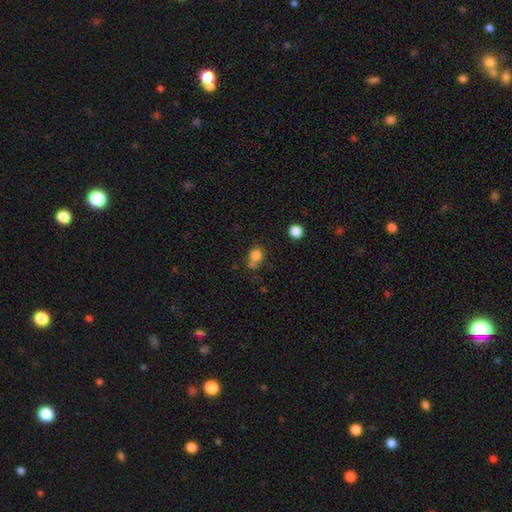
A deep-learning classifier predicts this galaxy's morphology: smooth-or-featured: smooth: 79% | star or artifact: 13% | featured or disk: 8%
  how-rounded: round: 78% | in between: 21% | cigar-shaped: 1%
  merging: none: 52% | merger: 25% | minor disturbance: 15% | major disturbance: 7%